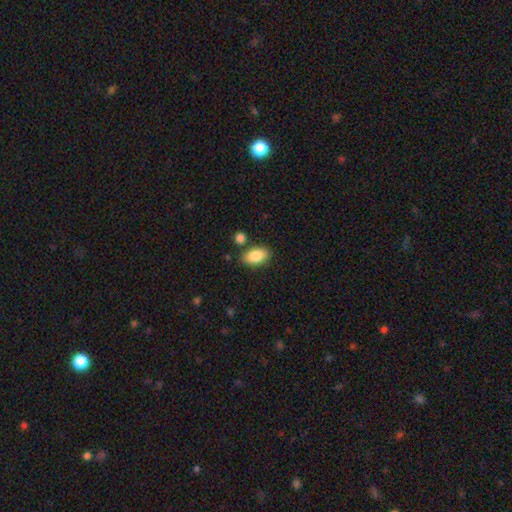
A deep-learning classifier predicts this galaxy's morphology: Q: Smooth or featured?
A: smooth (87%); runner-up: star or artifact (7%)
Q: How rounded?
A: in between (92%); runner-up: round (6%)
Q: Merging?
A: none (80%); runner-up: minor disturbance (11%)